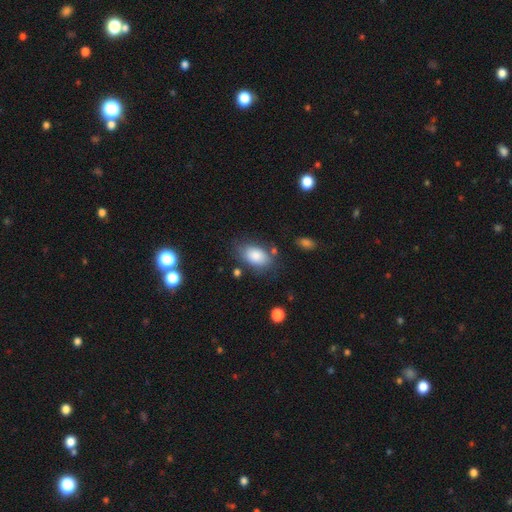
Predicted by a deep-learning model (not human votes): The model was most divided on "merging": none: 70%, minor disturbance: 18%, major disturbance: 6%, merger: 5%. More confident: how rounded — in between (91%); smooth or featured — smooth (84%).